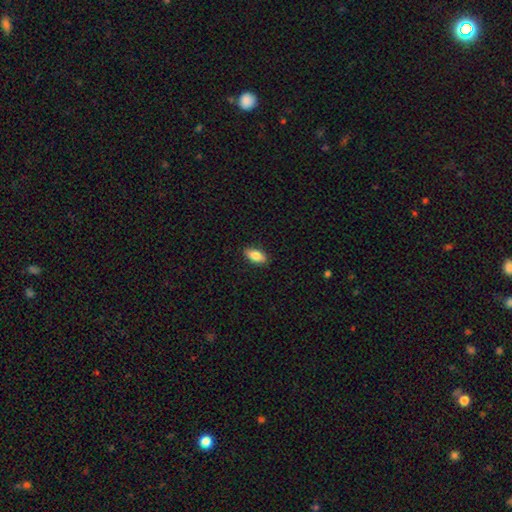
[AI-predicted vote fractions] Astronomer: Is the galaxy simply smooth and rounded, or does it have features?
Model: smooth — 83%.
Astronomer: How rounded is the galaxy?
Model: in between — 88%.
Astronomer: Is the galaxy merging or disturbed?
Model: none — 89%.